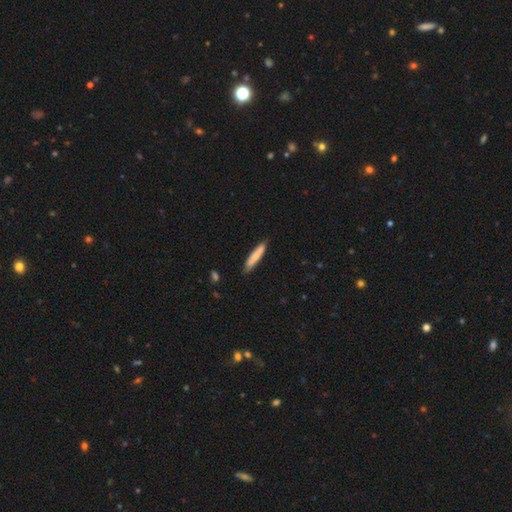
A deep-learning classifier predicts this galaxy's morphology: This is likely a smooth galaxy (76%). How rounded: clearly cigar-shaped (89%). Merging: clearly none (83%).